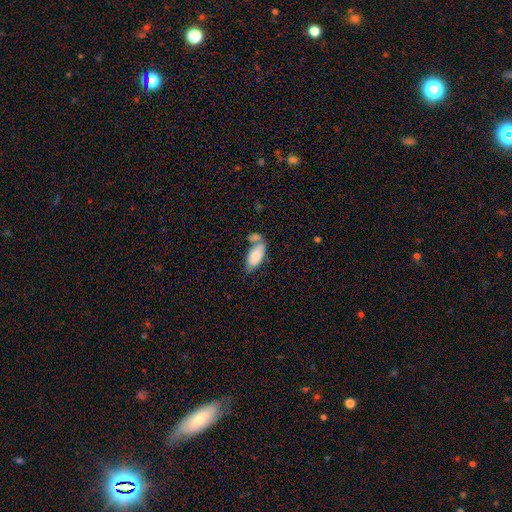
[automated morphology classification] Smooth or featured: smooth — 76% (featured or disk — 18%)
How rounded: in between — 92% (cigar-shaped — 6%)
Merging: none — 43% (merger — 32%)